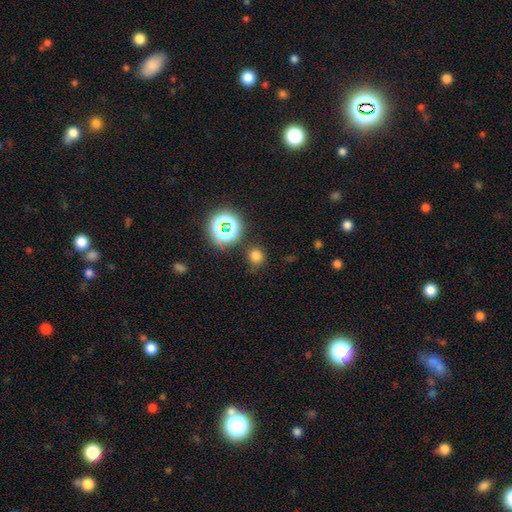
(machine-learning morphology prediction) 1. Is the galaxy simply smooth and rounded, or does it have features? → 70% smooth, 24% star or artifact, 6% featured or disk.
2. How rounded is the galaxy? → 86% round, 13% in between, 1% cigar-shaped.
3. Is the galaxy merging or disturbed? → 79% none, 12% minor disturbance, 5% major disturbance, 4% merger.